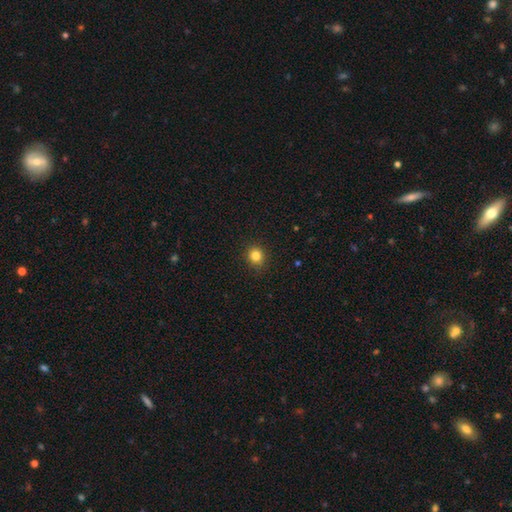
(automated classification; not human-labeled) The model was most divided on "how rounded": round: 84%, in between: 15%, cigar-shaped: 1%. More confident: merging — none (90%); smooth or featured — smooth (83%).